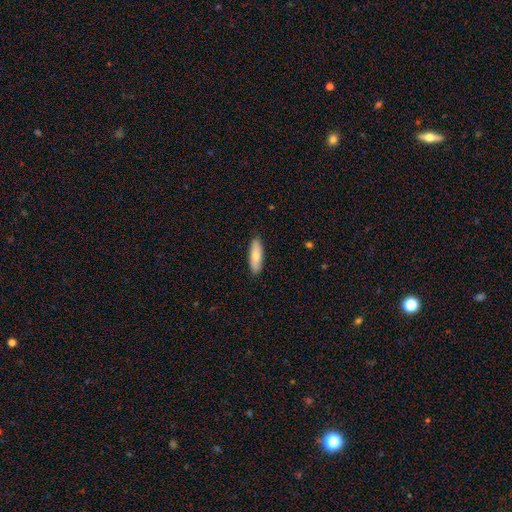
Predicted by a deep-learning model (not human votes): Smooth or featured: smooth — 77% (featured or disk — 18%)
How rounded: in between — 53% (cigar-shaped — 45%)
Merging: none — 89% (minor disturbance — 8%)